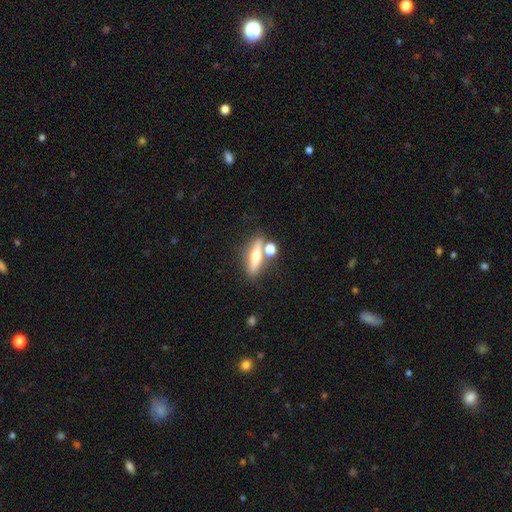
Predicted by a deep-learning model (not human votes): smooth_or_featured: featured or disk (p=0.46) [alt: smooth p=0.45]
merging: none (p=0.65) [alt: merger p=0.21]